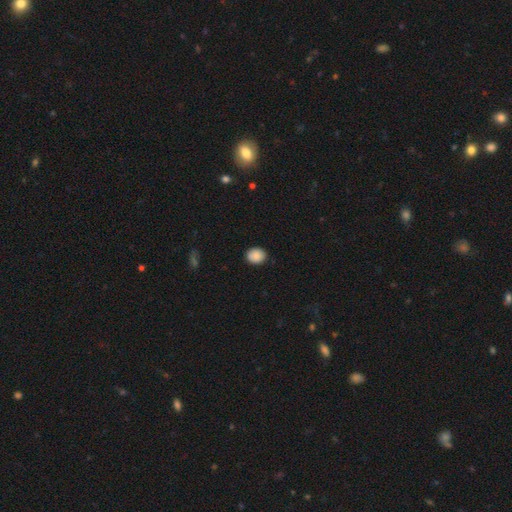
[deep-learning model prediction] Morphology: type=smooth (88%); roundness=round (65%); merging=none (87%).